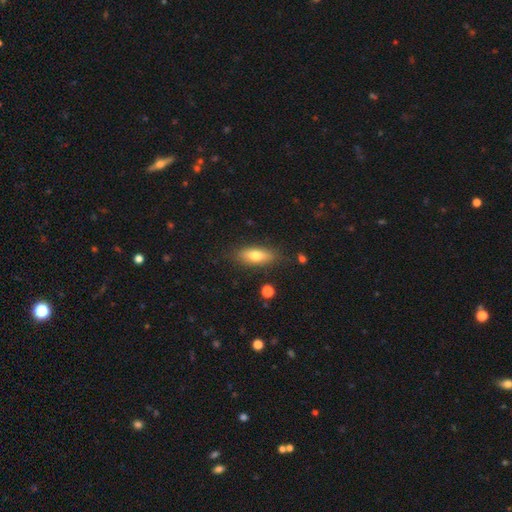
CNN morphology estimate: Smooth or featured? smooth (71%)
How rounded? in between (70%)
Merging? none (82%)